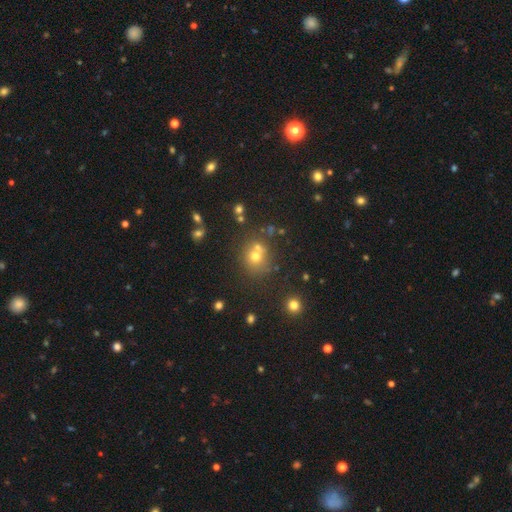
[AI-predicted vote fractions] Overall: smooth (62%; star or artifact 26%). How rounded: round (82%). Merging: none (57%; merger 28%).